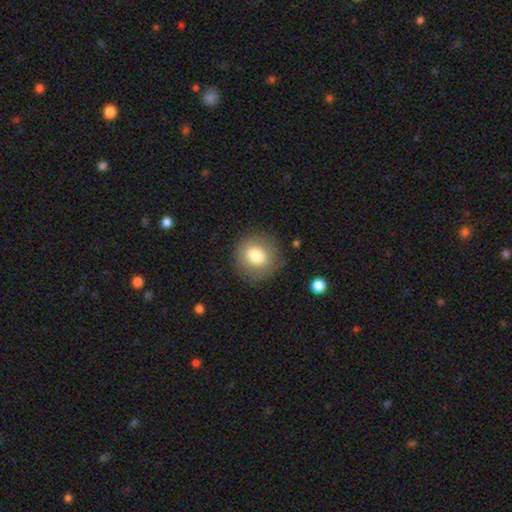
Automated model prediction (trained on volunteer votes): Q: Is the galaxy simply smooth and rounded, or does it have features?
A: smooth — 79%.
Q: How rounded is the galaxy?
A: round — 88%.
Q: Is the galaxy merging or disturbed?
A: none — 83%.